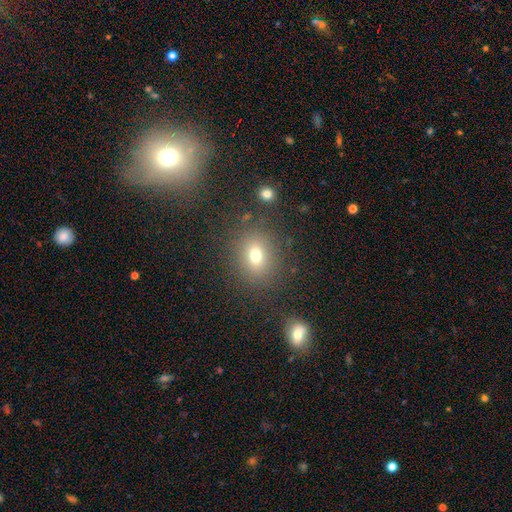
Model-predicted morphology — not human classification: Q: Smooth or featured?
A: smooth (72%); runner-up: star or artifact (17%)
Q: How rounded?
A: round (63%); runner-up: in between (36%)
Q: Merging?
A: none (83%); runner-up: minor disturbance (10%)